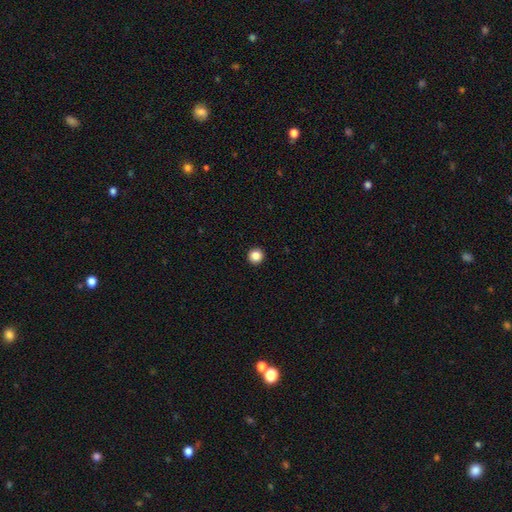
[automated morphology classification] A smooth galaxy with no disk features (86%) that is round (95%). Merging: none (94%).